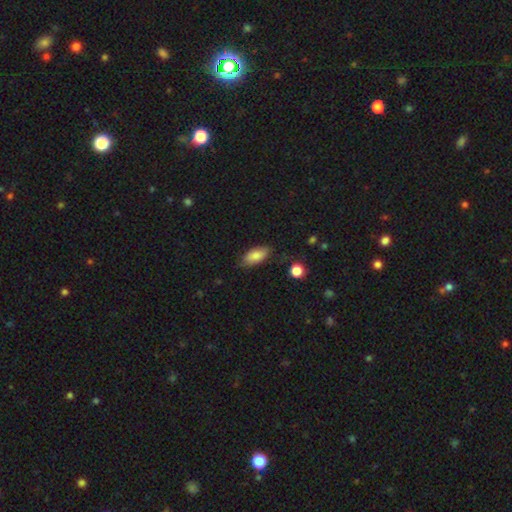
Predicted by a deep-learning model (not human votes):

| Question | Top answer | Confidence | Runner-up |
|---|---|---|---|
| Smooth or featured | smooth | 80% | featured or disk (13%) |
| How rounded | in between | 89% | cigar-shaped (8%) |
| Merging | none | 73% | minor disturbance (21%) |